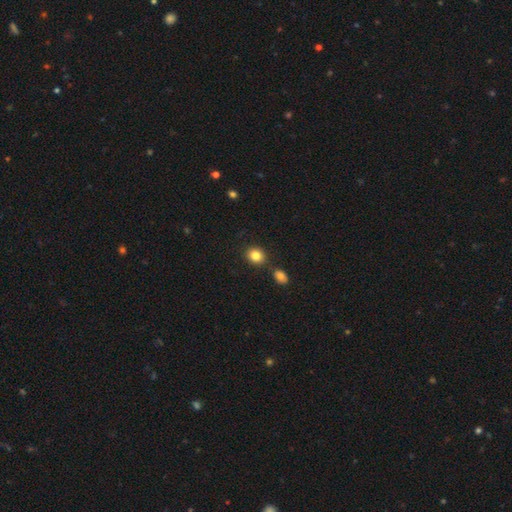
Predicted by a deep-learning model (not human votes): This appears to be a smooth galaxy with no disk features (84%) that is round (69%). Merging: none (77%).